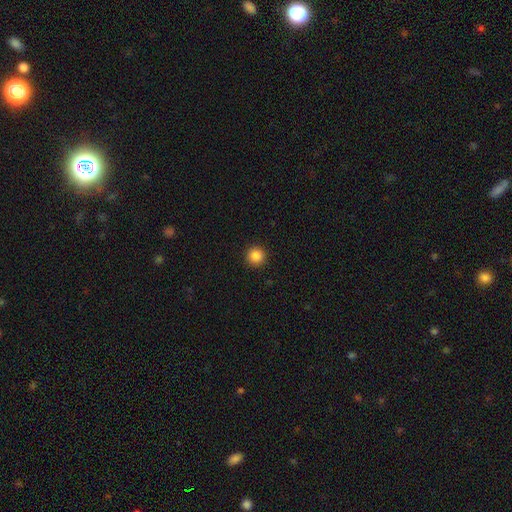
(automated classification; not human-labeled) Smooth or featured: smooth — 86% (star or artifact — 11%)
How rounded: round — 96% (in between — 3%)
Merging: none — 93% (minor disturbance — 4%)